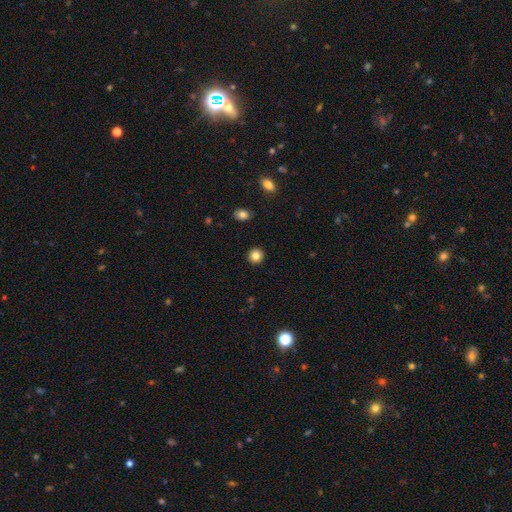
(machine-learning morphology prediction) Smooth or featured? smooth (84%)
How rounded? round (91%)
Merging? none (93%)